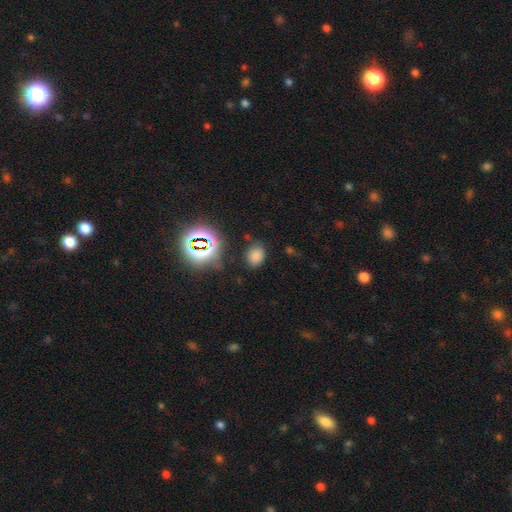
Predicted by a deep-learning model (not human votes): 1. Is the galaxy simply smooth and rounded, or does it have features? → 71% smooth, 23% star or artifact, 6% featured or disk.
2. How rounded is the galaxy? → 65% in between, 34% round, 1% cigar-shaped.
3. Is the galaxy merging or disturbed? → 77% none, 15% minor disturbance, 5% major disturbance, 3% merger.